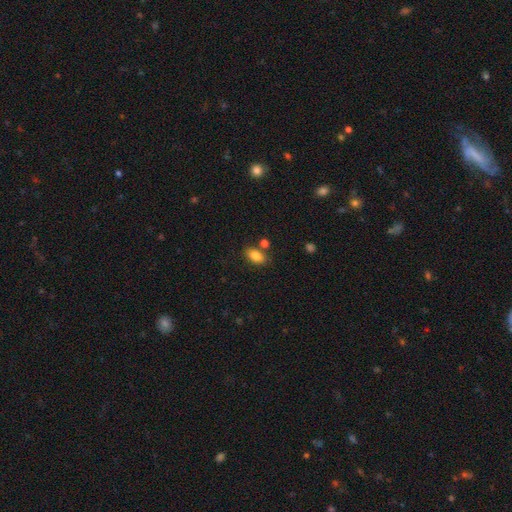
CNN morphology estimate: A smooth galaxy with no disk features (83%) that is in between round and cigar-shaped (88%).

Vote fractions:
- Smooth or featured? smooth: 83% / star or artifact: 8% / featured or disk: 8%
- How rounded? in between: 88% / round: 7% / cigar-shaped: 4%
- Merging? none: 76% / minor disturbance: 12% / merger: 9% / major disturbance: 3%